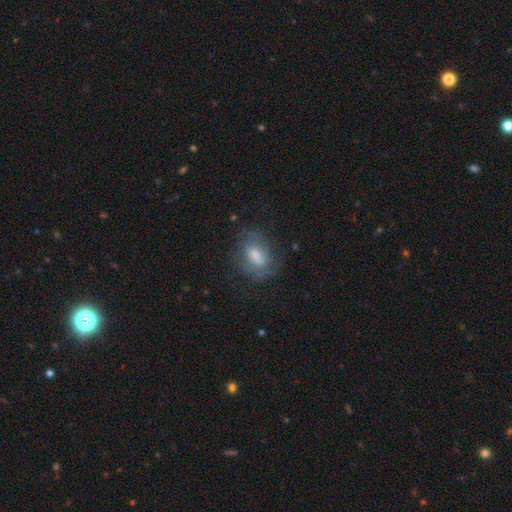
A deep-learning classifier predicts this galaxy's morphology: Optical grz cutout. It shows a featured or disk galaxy (51%). Merging: none (65%).